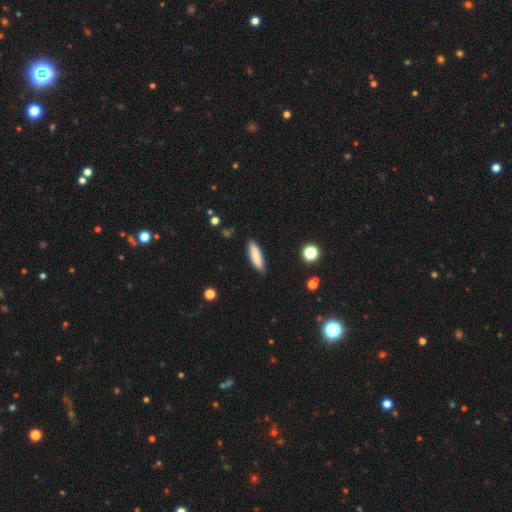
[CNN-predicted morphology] Smooth or featured: smooth — 84% (featured or disk — 10%)
How rounded: cigar-shaped — 68% (in between — 30%)
Merging: none — 85% (minor disturbance — 12%)